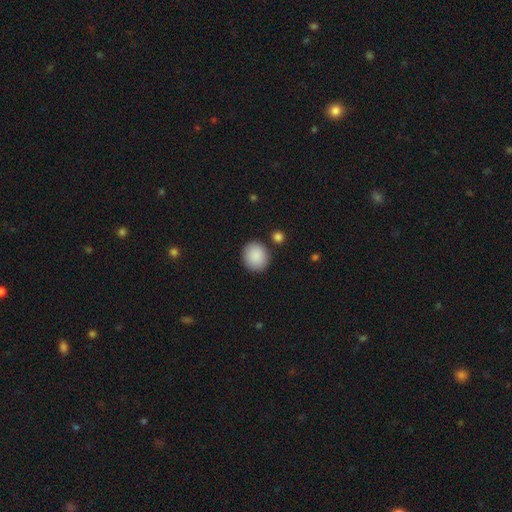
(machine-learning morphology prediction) smooth 90%, star or artifact 7%, featured or disk 4%. Down the decision tree: how rounded — round (81%); merging — none (85%).